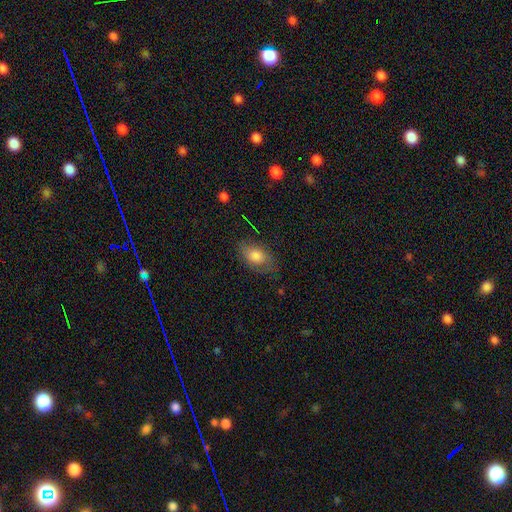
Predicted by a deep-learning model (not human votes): The model was most divided on "merging": none: 73%, minor disturbance: 19%, major disturbance: 7%, merger: 1%. More confident: how rounded — in between (88%); smooth or featured — smooth (77%).